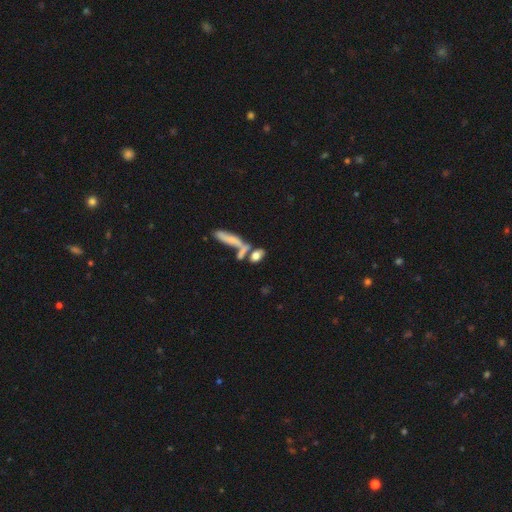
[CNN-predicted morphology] A smooth galaxy with no disk features (70%) that is in between round and cigar-shaped (70%).

Vote fractions:
- Smooth or featured? smooth: 70% / featured or disk: 20% / star or artifact: 9%
- How rounded? in between: 70% / cigar-shaped: 21% / round: 10%
- Merging? none: 42% / merger: 38% / minor disturbance: 12% / major disturbance: 8%